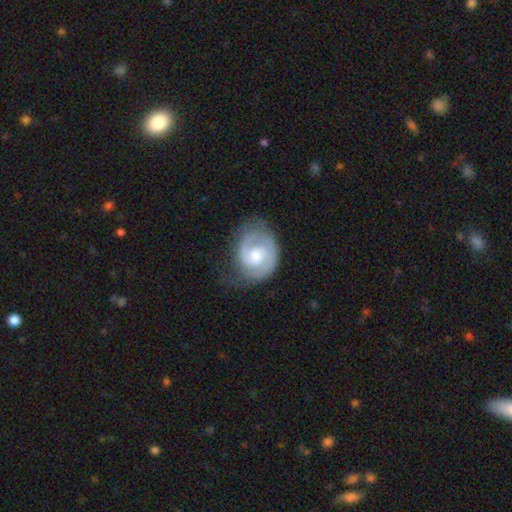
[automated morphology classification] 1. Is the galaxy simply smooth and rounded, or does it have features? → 81% featured or disk, 14% smooth, 5% star or artifact.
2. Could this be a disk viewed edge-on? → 98% no, 2% yes.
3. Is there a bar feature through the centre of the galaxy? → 58% no, 36% weak, 6% strong.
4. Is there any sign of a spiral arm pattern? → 94% yes, 6% no.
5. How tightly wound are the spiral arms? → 50% tight, 39% medium, 11% loose.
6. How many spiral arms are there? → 71% 2, 13% 1, 10% can't tell, 3% 3, 1% 4, 1% more than 4.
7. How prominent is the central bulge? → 59% moderate, 33% small, 5% large, 2% none, 1% dominant.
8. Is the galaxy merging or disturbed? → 64% none, 24% minor disturbance, 11% major disturbance, 1% merger.